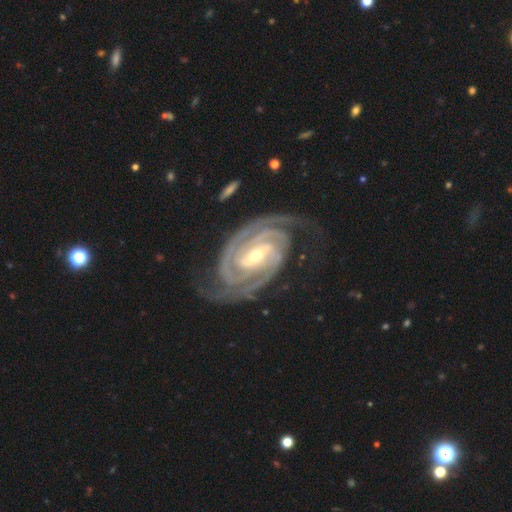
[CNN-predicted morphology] The model was most divided on "bulge size": small: 53%, moderate: 44%, large: 2%, none: 1%, dominant: 1%. Remaining: spiral arms — yes (99%); edge-on disk — no (97%); smooth or featured — featured or disk (94%); spiral winding — tight (73%); merging — none (73%); spiral arm count — 2 (65%); bar — strong (50%).